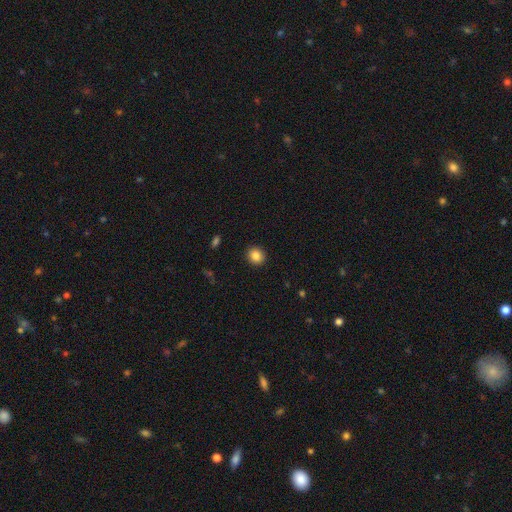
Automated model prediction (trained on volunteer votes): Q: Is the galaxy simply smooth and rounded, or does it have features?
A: smooth — 85%.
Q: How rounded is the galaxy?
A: round — 83%.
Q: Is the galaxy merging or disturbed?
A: none — 92%.